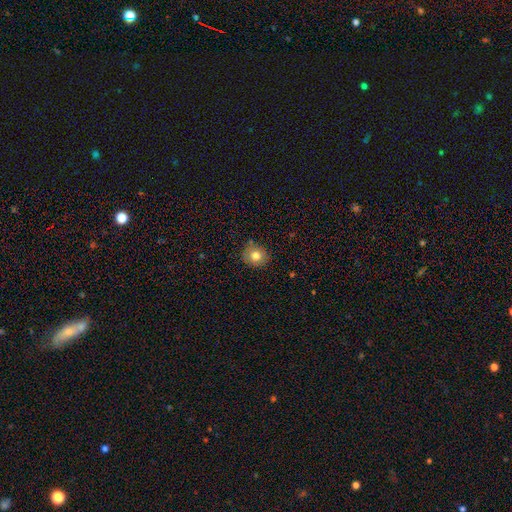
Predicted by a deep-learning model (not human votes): smooth-or-featured: smooth: 79% | featured or disk: 11% | star or artifact: 10%
  how-rounded: round: 79% | in between: 20% | cigar-shaped: 1%
  merging: none: 82% | minor disturbance: 13% | merger: 3% | major disturbance: 3%